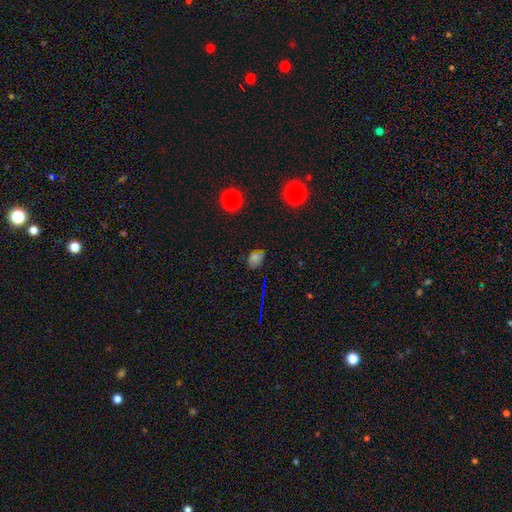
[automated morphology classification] The model was most divided on "how rounded": in between: 64%, round: 34%, cigar-shaped: 2%. More confident: merging — none (75%); smooth or featured — smooth (64%).